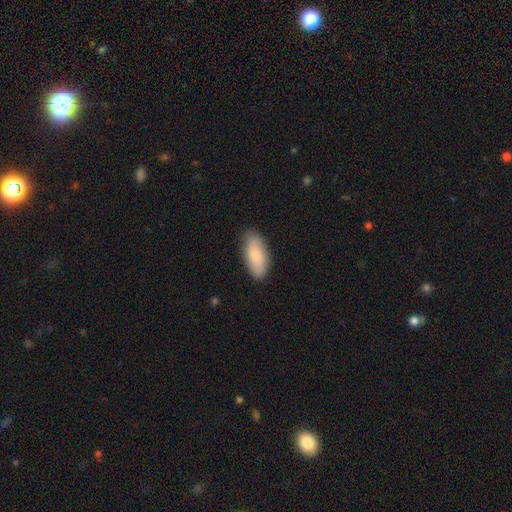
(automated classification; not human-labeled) A smooth galaxy with no disk features (81%) that is in between round and cigar-shaped (85%). Merging: none (85%).